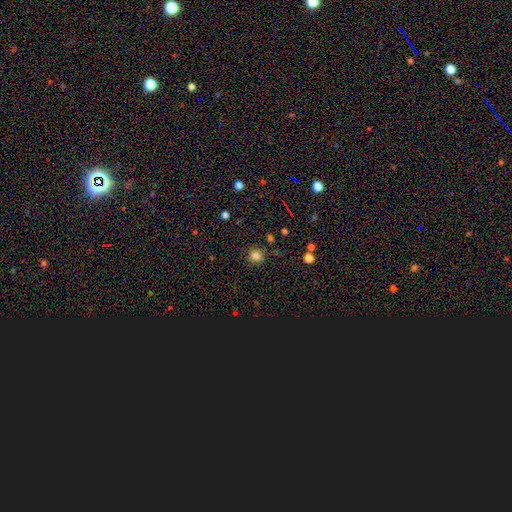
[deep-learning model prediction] This is clearly a smooth galaxy (80%). How rounded: clearly round (87%). Merging: clearly none (84%).